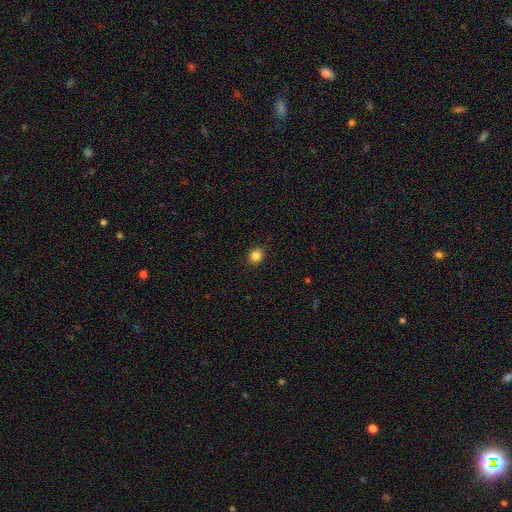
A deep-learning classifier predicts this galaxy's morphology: Smooth or featured? Predicted: smooth (p=0.85). How rounded? Predicted: round (p=0.82). Merging? Predicted: none (p=0.91).